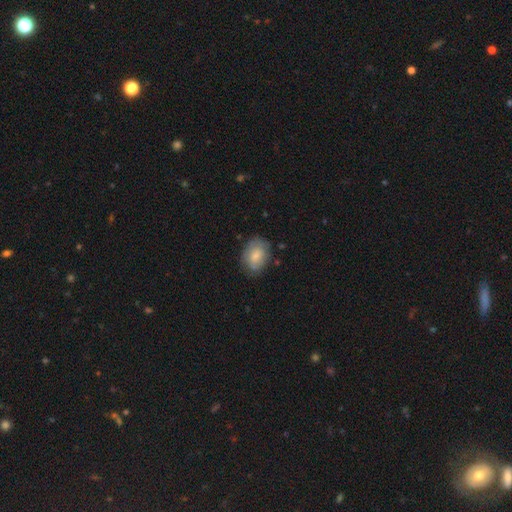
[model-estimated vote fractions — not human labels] A smooth galaxy with no disk features (78%) that is in between round and cigar-shaped (73%). Merging: none (72%).